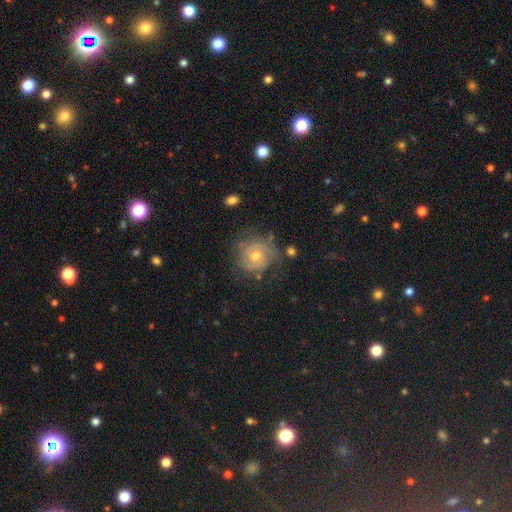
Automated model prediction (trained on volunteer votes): Smooth or featured: featured or disk — 76% (smooth — 17%)
Edge-on disk: no — 97% (yes — 3%)
Bar: no — 75% (weak — 22%)
Spiral arms: yes — 91% (no — 9%)
Spiral winding: tight — 64% (medium — 28%)
Spiral arm count: 2 — 47% (can't tell — 27%)
Bulge size: moderate — 57% (small — 39%)
Merging: none — 67% (minor disturbance — 20%)